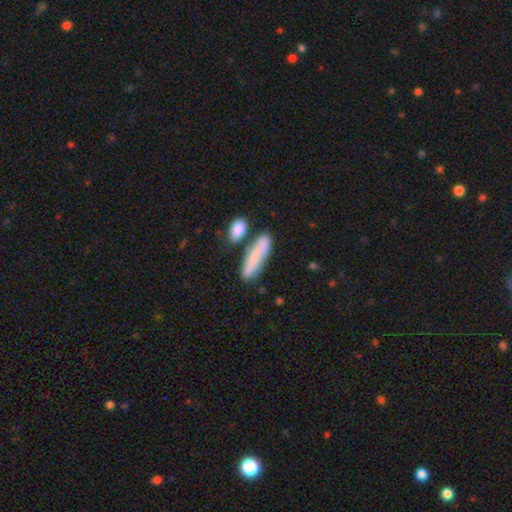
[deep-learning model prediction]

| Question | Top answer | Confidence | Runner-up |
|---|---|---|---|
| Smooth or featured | smooth | 71% | featured or disk (22%) |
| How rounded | cigar-shaped | 63% | in between (34%) |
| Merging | none | 54% | merger (22%) |